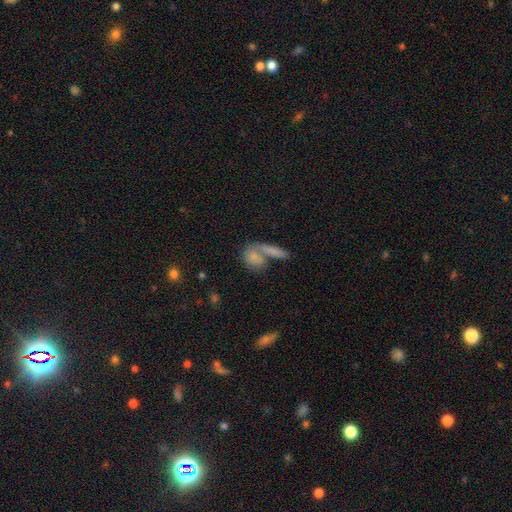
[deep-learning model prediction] Smooth or featured? Predicted: smooth (p=0.73). How rounded? Predicted: in between (p=0.54). Merging? Predicted: merger (p=0.48).